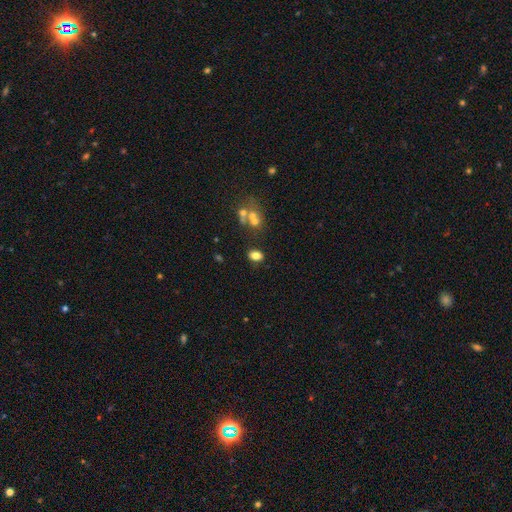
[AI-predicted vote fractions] Smooth or featured?
  - smooth: 78% *
  - star or artifact: 13%
  - featured or disk: 10%
How rounded?
  - in between: 78% *
  - round: 20%
  - cigar-shaped: 2%
Merging?
  - none: 75% *
  - minor disturbance: 12%
  - merger: 10%
  - major disturbance: 4%